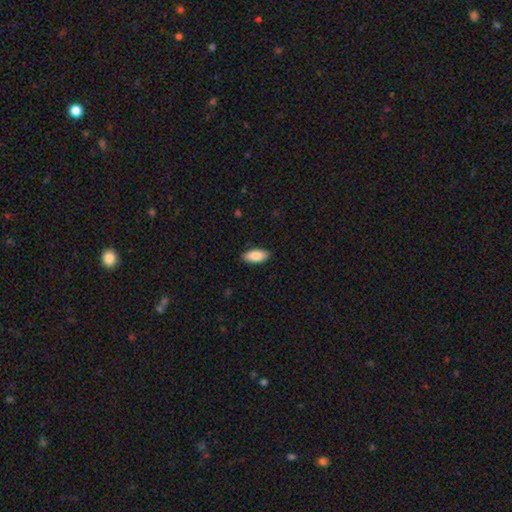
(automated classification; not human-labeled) Smooth or featured? smooth (90%)
How rounded? in between (91%)
Merging? none (89%)